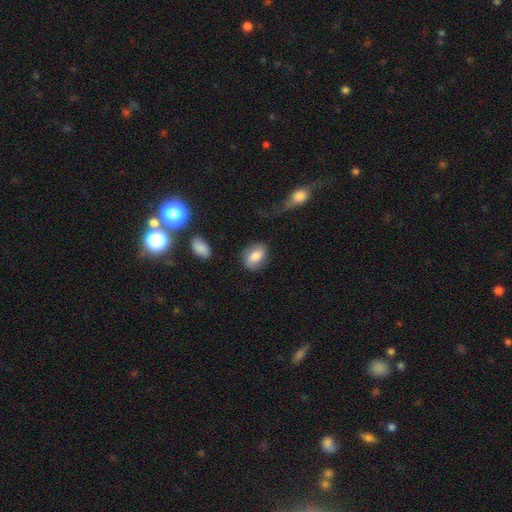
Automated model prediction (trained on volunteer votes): Morphology: type=smooth (75%); roundness=in between (82%); merging=none (72%).